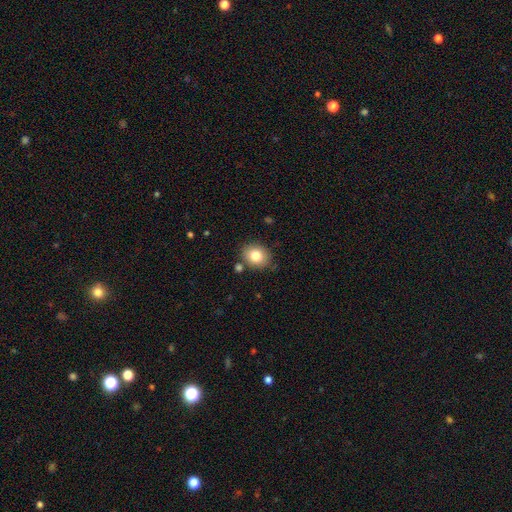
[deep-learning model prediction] smooth_or_featured: smooth (p=0.81) [alt: featured or disk p=0.10]
how_rounded: round (p=0.57) [alt: in between p=0.42]
merging: none (p=0.81) [alt: minor disturbance p=0.11]